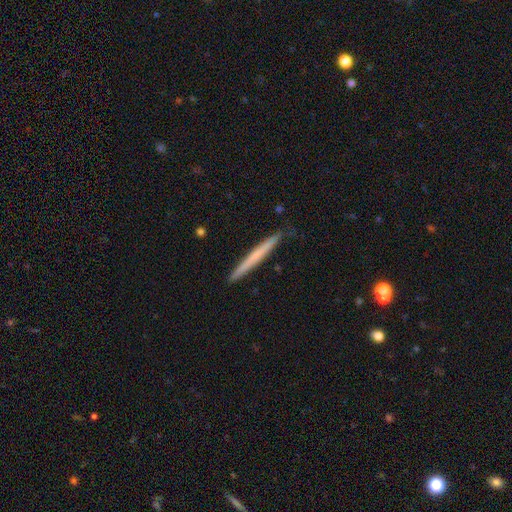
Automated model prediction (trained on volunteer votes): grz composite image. It shows a smooth galaxy with no disk features (53%) that is cigar-shaped (97%). Merging: none (87%).